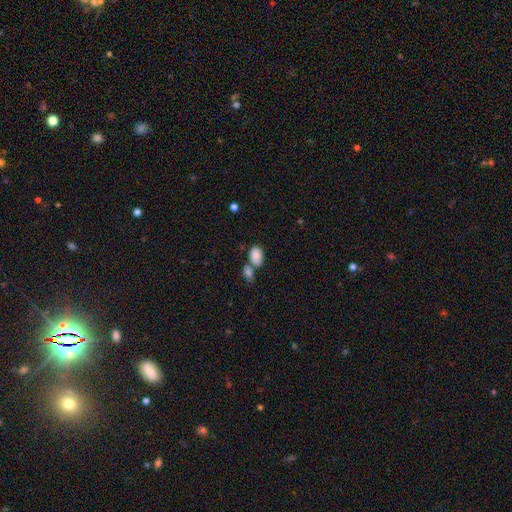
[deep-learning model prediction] Smooth or featured? Predicted: smooth (p=0.85). How rounded? Predicted: in between (p=0.90). Merging? Predicted: none (p=0.45).